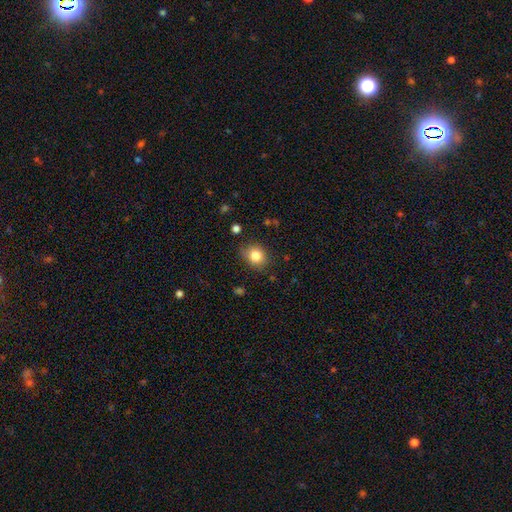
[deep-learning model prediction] A smooth galaxy with no disk features (82%) that is round (61%). Merging: none (75%).